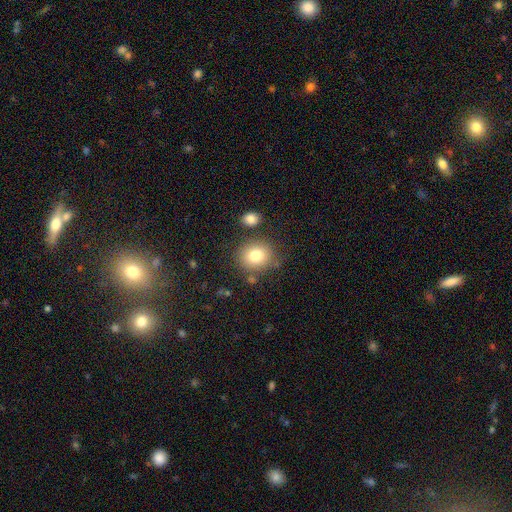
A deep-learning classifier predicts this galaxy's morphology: Smooth or featured? Predicted: smooth (p=0.80). How rounded? Predicted: round (p=0.77). Merging? Predicted: none (p=0.78).